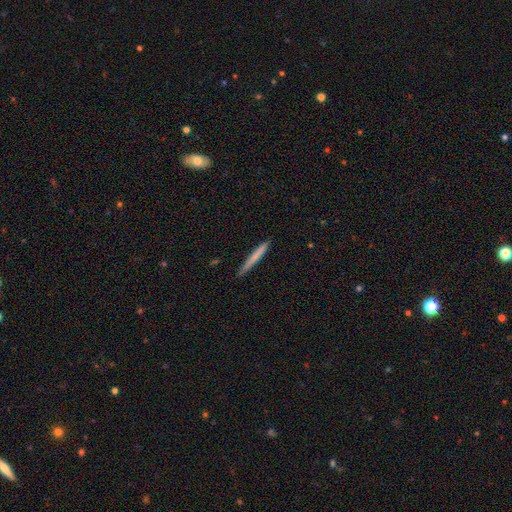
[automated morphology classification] The model was most divided on "smooth or featured": smooth: 69%, featured or disk: 25%, star or artifact: 6%. More confident: how rounded — cigar-shaped (97%); merging — none (88%).